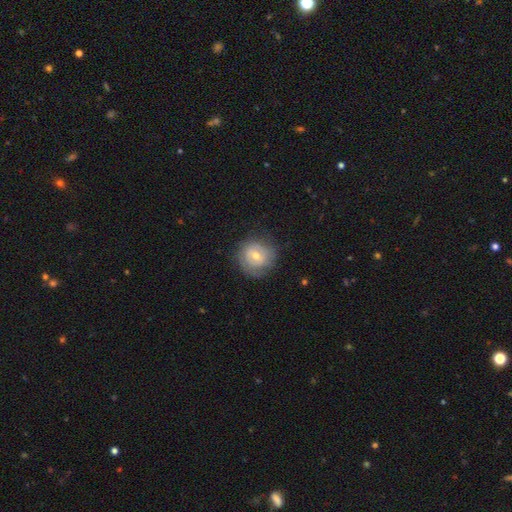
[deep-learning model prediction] A featured or disk galaxy (53%) with no bar (58%), spiral arms (69%) and a moderate central bulge (56%). Merging: none (74%).